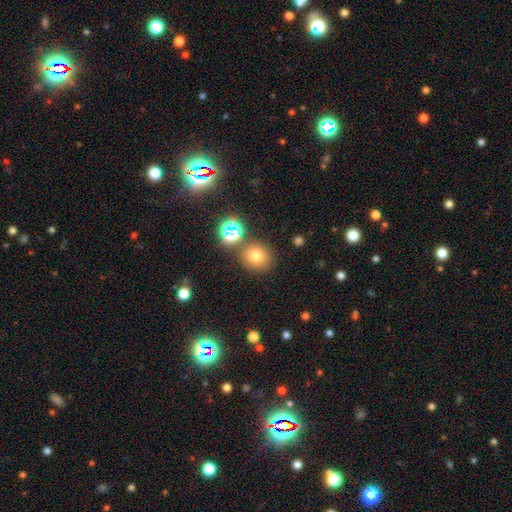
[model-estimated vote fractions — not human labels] Smooth or featured? smooth (71%)
How rounded? round (86%)
Merging? none (78%)